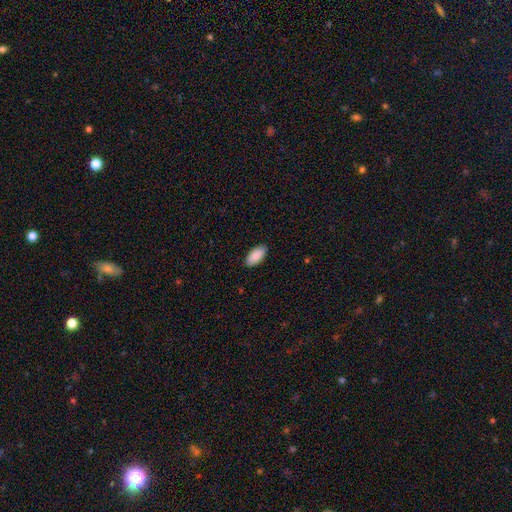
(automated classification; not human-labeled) smooth_or_featured: smooth (p=0.91) [alt: star or artifact p=0.06]
how_rounded: in between (p=0.94) [alt: cigar-shaped p=0.05]
merging: none (p=0.90) [alt: minor disturbance p=0.08]